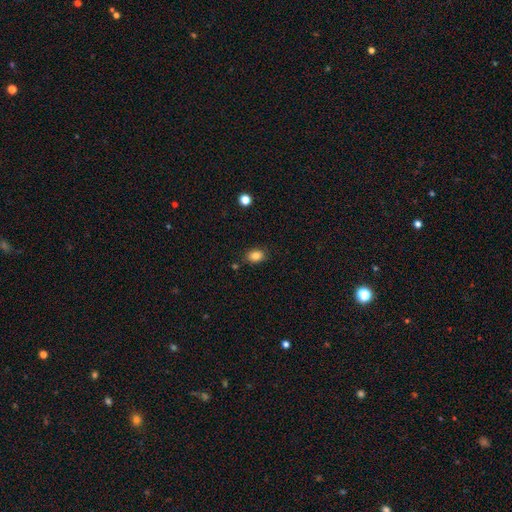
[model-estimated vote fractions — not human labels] This is clearly a smooth galaxy (84%). How rounded: likely in between (72%). Merging: clearly none (83%).